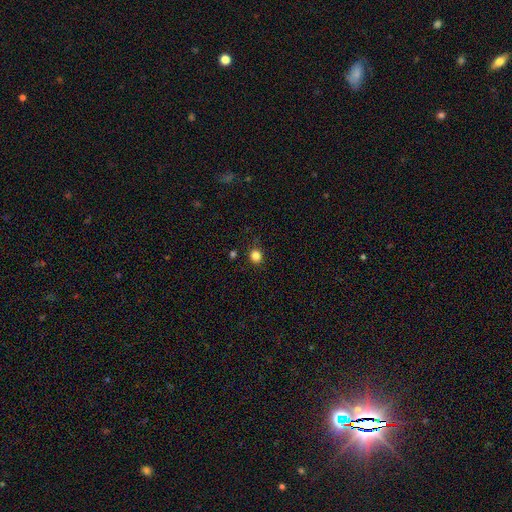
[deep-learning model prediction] Morphology: type=smooth (84%); roundness=round (85%); merging=none (88%).